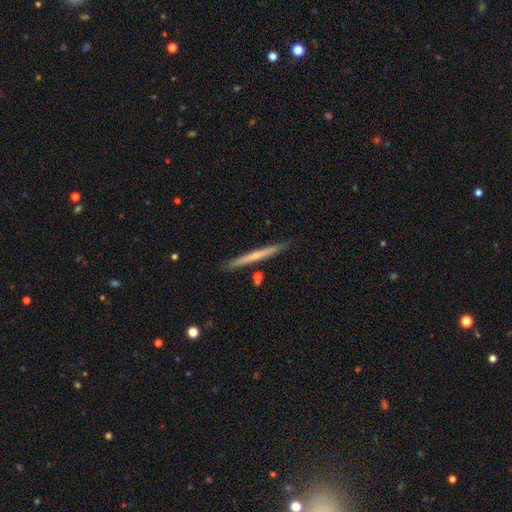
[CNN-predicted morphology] smooth 52%, featured or disk 43%, star or artifact 5%. Down the decision tree: how rounded — cigar-shaped (97%); merging — none (89%).